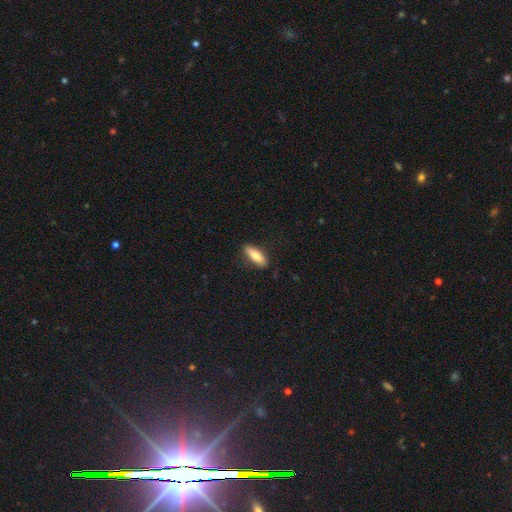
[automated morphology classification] smooth-or-featured: smooth: 75% | featured or disk: 19% | star or artifact: 6%
  how-rounded: in between: 56% | cigar-shaped: 42% | round: 2%
  merging: none: 84% | minor disturbance: 13% | major disturbance: 2% | merger: 1%